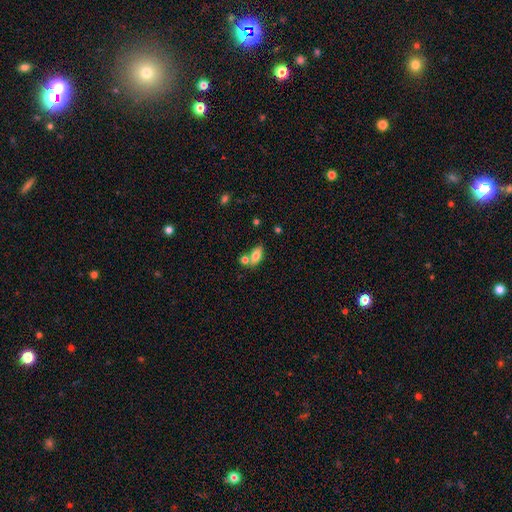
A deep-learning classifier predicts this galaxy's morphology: A smooth galaxy with no disk features (75%) that is in between round and cigar-shaped (85%).

Vote fractions:
- Smooth or featured? smooth: 75% / featured or disk: 17% / star or artifact: 8%
- How rounded? in between: 85% / cigar-shaped: 8% / round: 7%
- Merging? none: 54% / merger: 29% / minor disturbance: 13% / major disturbance: 4%